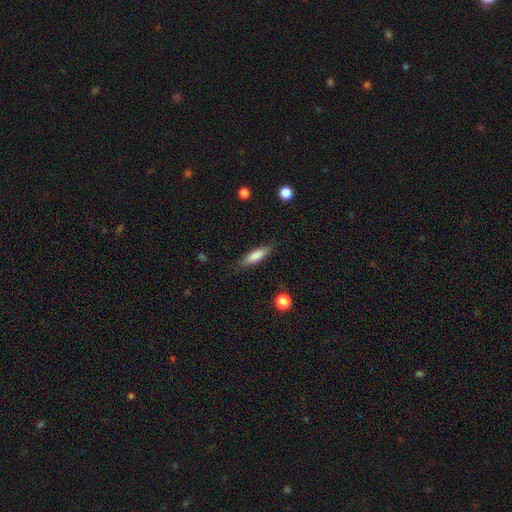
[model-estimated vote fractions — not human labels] Smooth or featured? Predicted: smooth (p=0.81). How rounded? Predicted: cigar-shaped (p=0.60). Merging? Predicted: none (p=0.84).